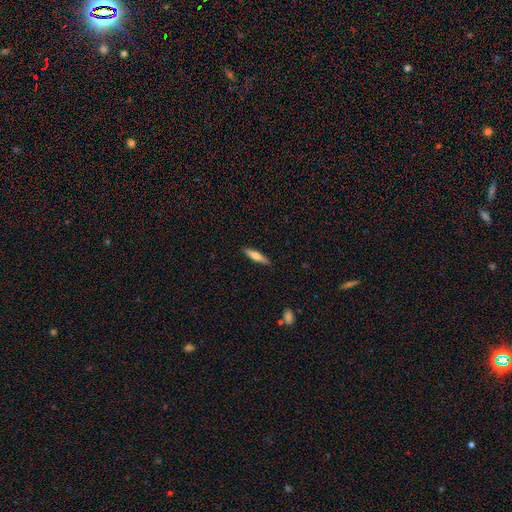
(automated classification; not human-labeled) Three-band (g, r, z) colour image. It shows a smooth galaxy with no disk features (63%) that is cigar-shaped (81%). Merging: none (89%).